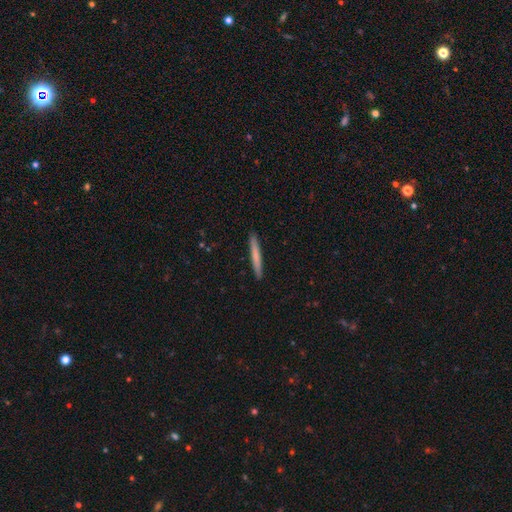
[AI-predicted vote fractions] smooth 72%, featured or disk 22%, star or artifact 5%. Down the decision tree: how rounded — cigar-shaped (97%); merging — none (93%).